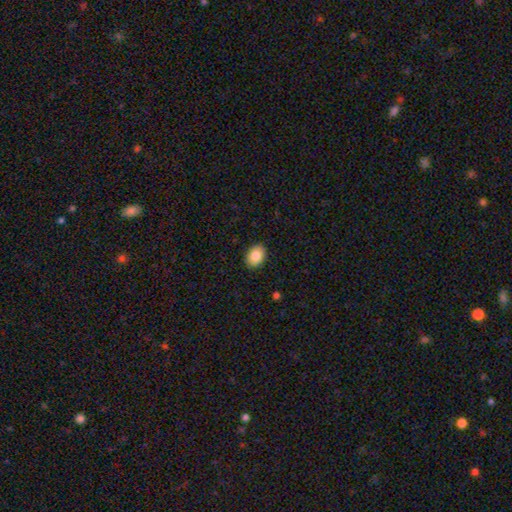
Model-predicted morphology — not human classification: This is clearly a smooth galaxy (87%). How rounded: clearly in between (80%). Merging: clearly none (91%).